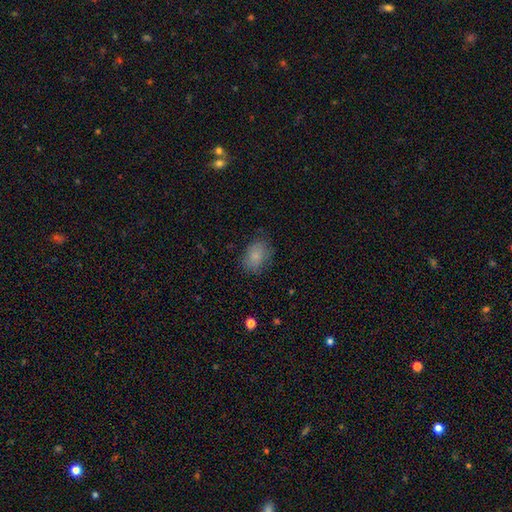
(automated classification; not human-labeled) Smooth or featured?
  - smooth: 82% *
  - featured or disk: 9%
  - star or artifact: 9%
How rounded?
  - in between: 76% *
  - round: 23%
  - cigar-shaped: 1%
Merging?
  - none: 77% *
  - minor disturbance: 17%
  - major disturbance: 5%
  - merger: 1%